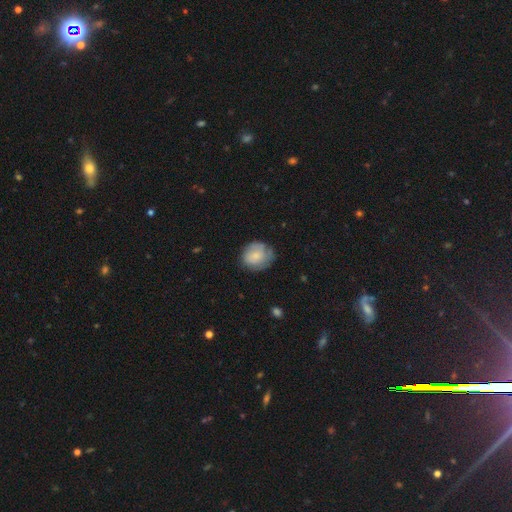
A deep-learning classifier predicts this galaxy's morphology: Overall: smooth (72%). How rounded: round (70%). Merging: none (62%; minor disturbance 27%).